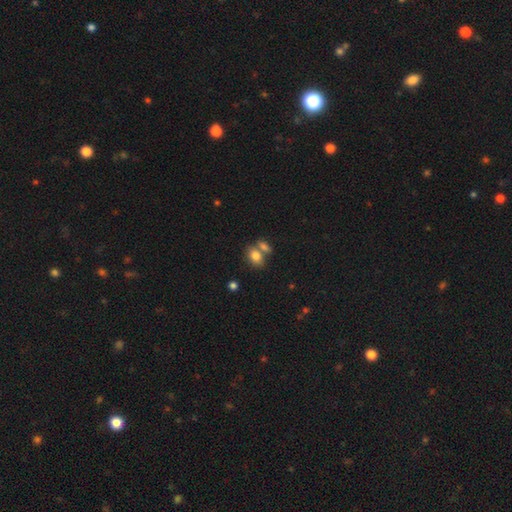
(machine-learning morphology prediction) Smooth or featured?
  - smooth: 81% *
  - star or artifact: 10%
  - featured or disk: 9%
How rounded?
  - in between: 73% *
  - round: 25%
  - cigar-shaped: 2%
Merging?
  - none: 46% *
  - merger: 40%
  - minor disturbance: 11%
  - major disturbance: 4%